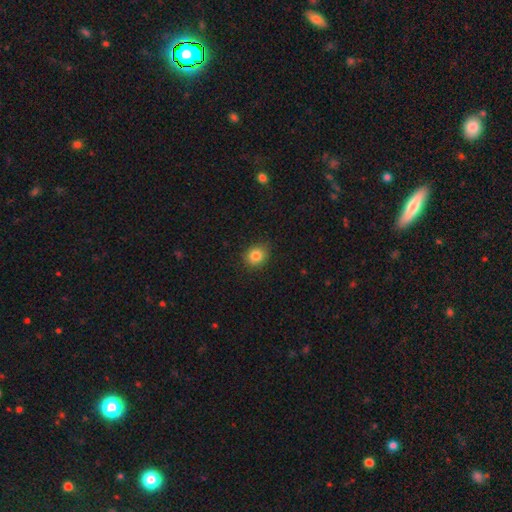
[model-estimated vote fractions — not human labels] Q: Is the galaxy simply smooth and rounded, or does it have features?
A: smooth — 84%.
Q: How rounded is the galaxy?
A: round — 70%.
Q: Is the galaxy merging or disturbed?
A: none — 85%.